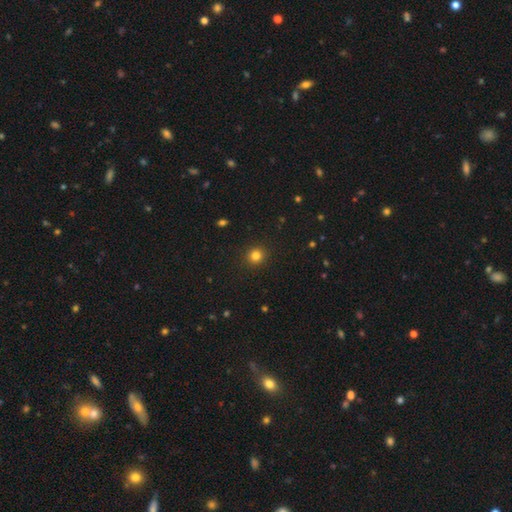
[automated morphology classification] Smooth or featured: smooth — 82% (star or artifact — 13%)
How rounded: round — 91% (in between — 8%)
Merging: none — 92% (minor disturbance — 5%)